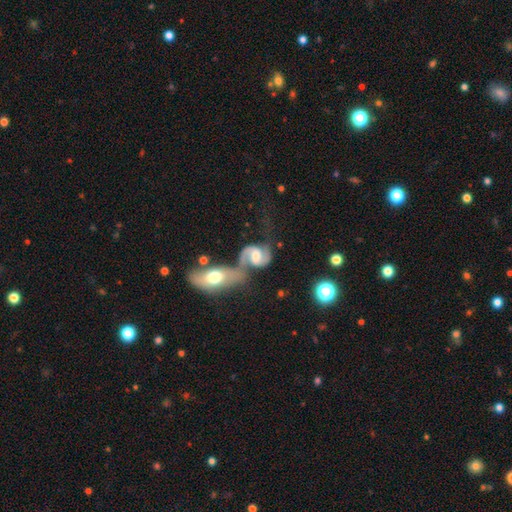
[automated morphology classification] Smooth or featured? featured or disk (84%)
Edge-on disk? no (97%)
Bar? weak (50%)
Spiral arms? yes (95%)
Spiral winding? medium (51%)
Spiral arm count? 2 (91%)
Bulge size? moderate (55%)
Merging? merger (47%)